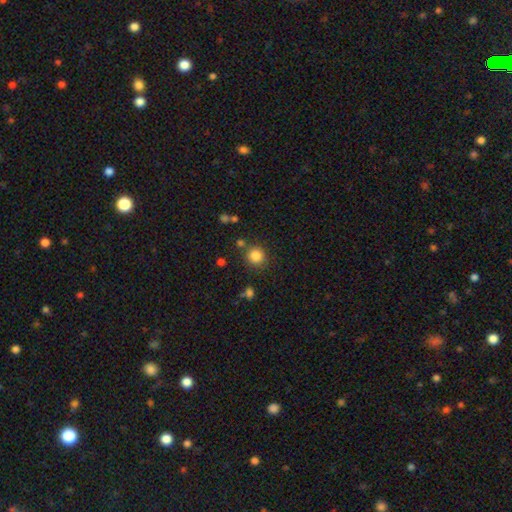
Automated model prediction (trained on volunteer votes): Morphology: type=smooth (84%); roundness=round (92%); merging=none (81%).